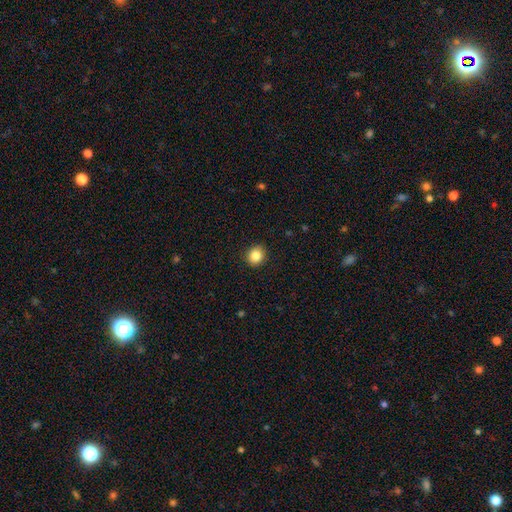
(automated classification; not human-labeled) Morphology: type=smooth (85%); roundness=round (75%); merging=none (90%).